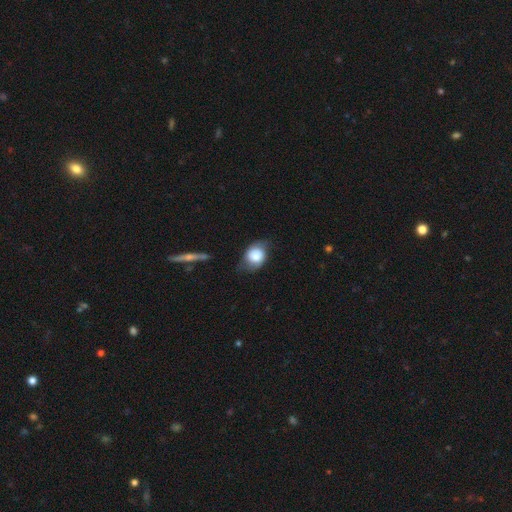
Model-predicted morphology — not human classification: A smooth galaxy with no disk features (71%) that is in between round and cigar-shaped (51%).

Vote fractions:
- Smooth or featured? smooth: 71% / featured or disk: 21% / star or artifact: 7%
- How rounded? in between: 51% / round: 47% / cigar-shaped: 1%
- Merging? none: 55% / minor disturbance: 30% / major disturbance: 12% / merger: 3%